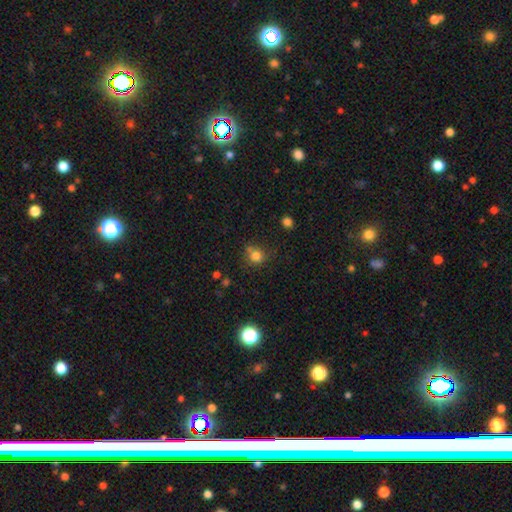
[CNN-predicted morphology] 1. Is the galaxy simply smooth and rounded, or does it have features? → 79% smooth, 14% star or artifact, 7% featured or disk.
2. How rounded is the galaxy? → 85% round, 14% in between, 1% cigar-shaped.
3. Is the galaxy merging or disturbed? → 65% none, 15% minor disturbance, 14% merger, 5% major disturbance.